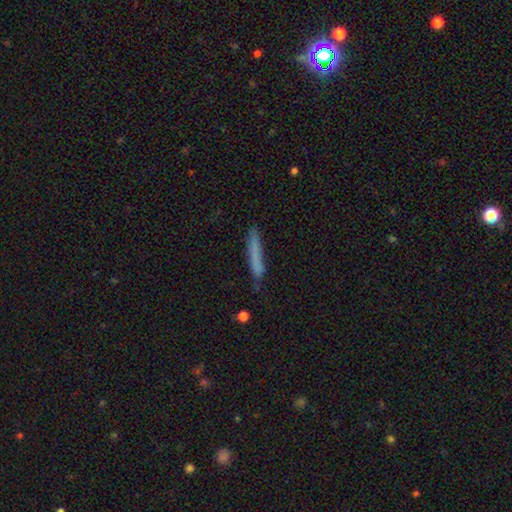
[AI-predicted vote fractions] Smooth or featured? smooth (71%)
How rounded? cigar-shaped (95%)
Merging? none (76%)